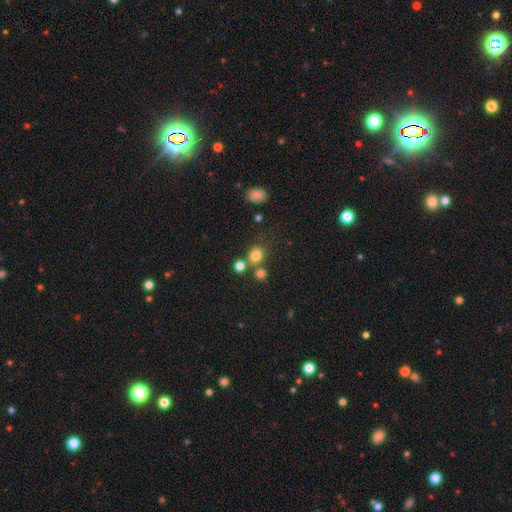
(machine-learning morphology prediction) type=smooth (79%); roundness=round (72%); merging=none (64%).